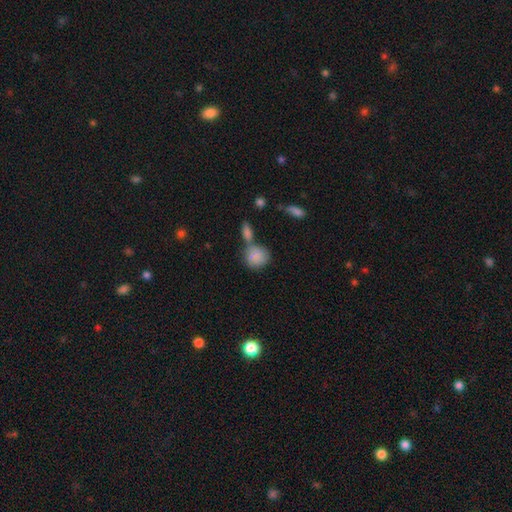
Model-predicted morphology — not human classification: A smooth galaxy with no disk features (82%) that is round (65%). Merging: merger (41%).